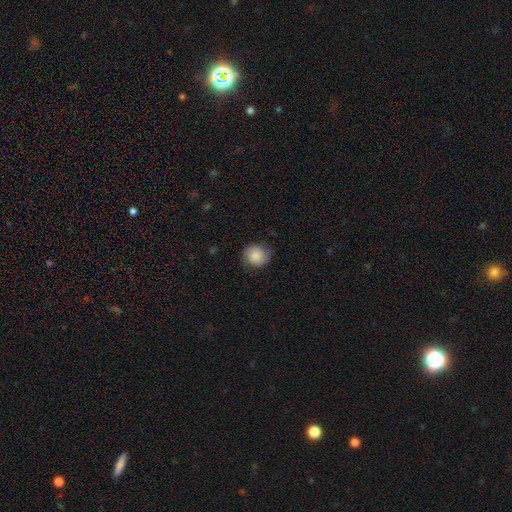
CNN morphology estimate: A smooth galaxy with no disk features (61%) that is round (80%).

Vote fractions:
- Smooth or featured? smooth: 61% / featured or disk: 30% / star or artifact: 9%
- How rounded? round: 80% / in between: 19% / cigar-shaped: 1%
- Merging? none: 75% / minor disturbance: 19% / major disturbance: 6% / merger: 1%